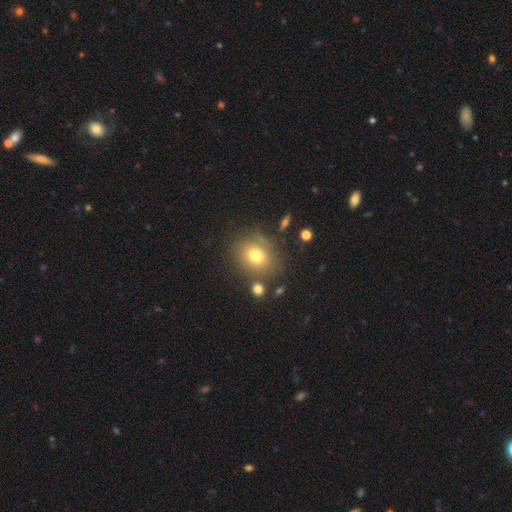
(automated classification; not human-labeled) A smooth galaxy with no disk features (73%) that is round (65%).

Vote fractions:
- Smooth or featured? smooth: 73% / featured or disk: 14% / star or artifact: 13%
- How rounded? round: 65% / in between: 34% / cigar-shaped: 1%
- Merging? none: 76% / minor disturbance: 13% / merger: 6% / major disturbance: 5%